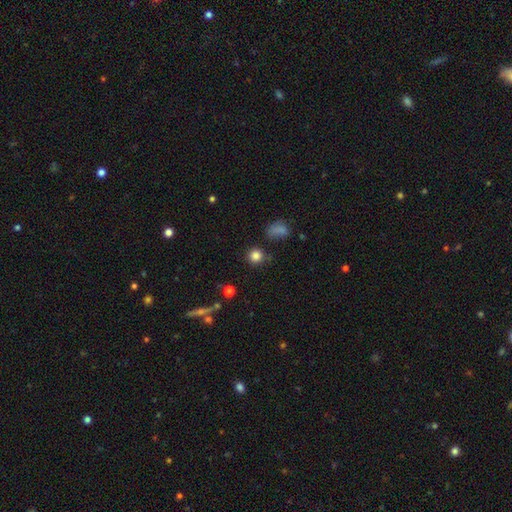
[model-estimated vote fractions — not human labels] A smooth galaxy with no disk features (82%) that is round (91%).

Vote fractions:
- Smooth or featured? smooth: 82% / star or artifact: 13% / featured or disk: 5%
- How rounded? round: 91% / in between: 8% / cigar-shaped: 1%
- Merging? none: 80% / minor disturbance: 11% / merger: 5% / major disturbance: 4%